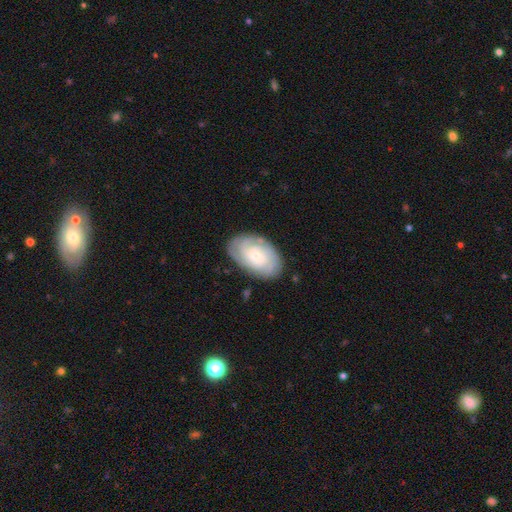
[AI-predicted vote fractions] A featured or disk galaxy (74%) with no bar (70%), tight (72%) spiral arms (94%) and a small central bulge (65%).

Vote fractions:
- Smooth or featured? featured or disk: 74% / smooth: 20% / star or artifact: 6%
- Edge-on disk? no: 96% / yes: 4%
- Bar? no: 70% / weak: 26% / strong: 4%
- Spiral arms? yes: 94% / no: 6%
- Spiral winding? tight: 72% / medium: 23% / loose: 5%
- Spiral arm count? can't tell: 37% / 3: 20% / 2: 18% / 4: 15% / more than 4: 6% / 1: 5%
- Bulge size? small: 65% / moderate: 29% / large: 3% / none: 2% / dominant: 1%
- Merging? none: 82% / minor disturbance: 14% / major disturbance: 3% / merger: 1%